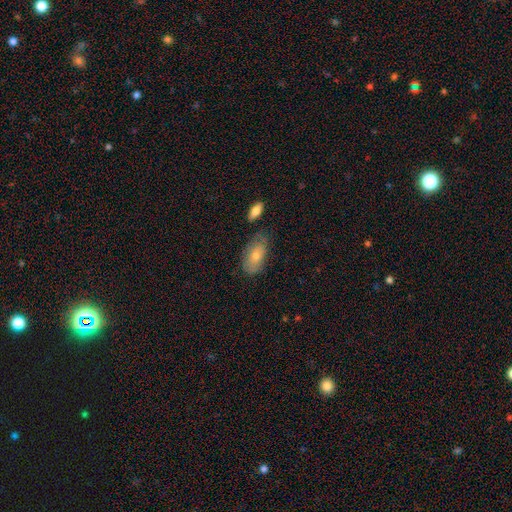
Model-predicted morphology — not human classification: This is likely a smooth galaxy (64%). How rounded: clearly in between (91%). Merging: likely none (67%).